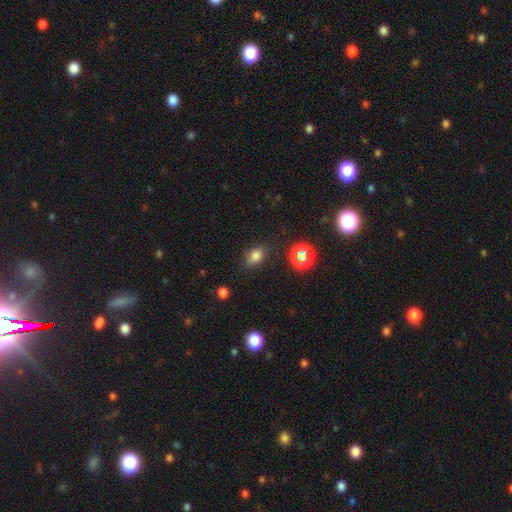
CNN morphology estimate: A smooth galaxy with no disk features (76%) that is in between round and cigar-shaped (70%). Merging: none (77%).